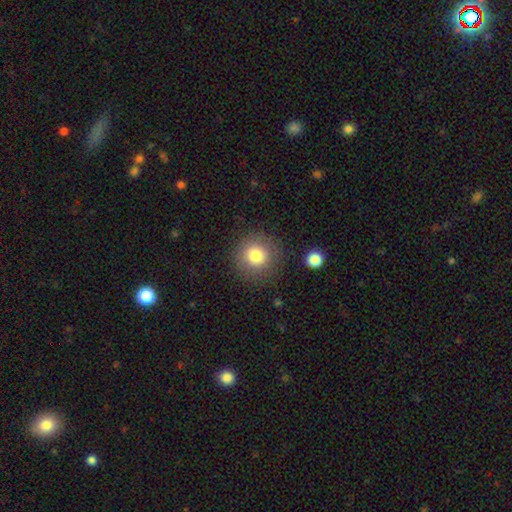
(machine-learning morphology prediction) Smooth or featured: smooth — 80% (star or artifact — 11%)
How rounded: round — 93% (in between — 6%)
Merging: none — 84% (minor disturbance — 9%)